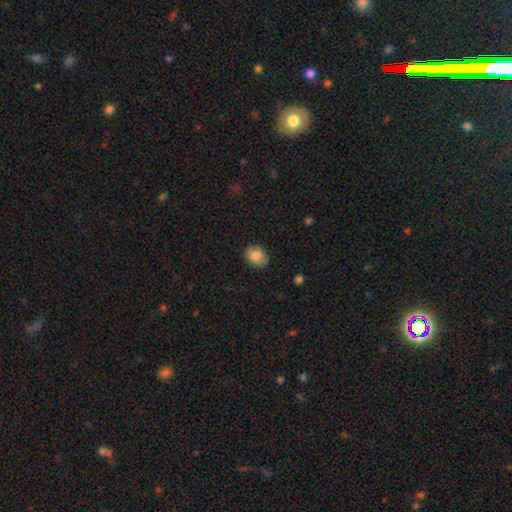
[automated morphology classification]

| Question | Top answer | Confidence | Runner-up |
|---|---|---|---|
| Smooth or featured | smooth | 83% | featured or disk (9%) |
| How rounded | in between | 54% | round (45%) |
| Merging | none | 87% | minor disturbance (10%) |